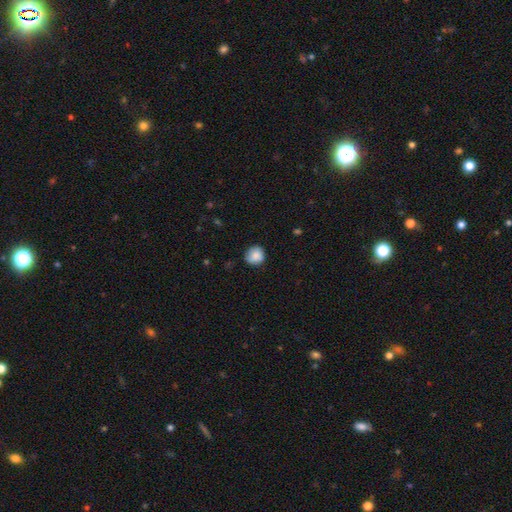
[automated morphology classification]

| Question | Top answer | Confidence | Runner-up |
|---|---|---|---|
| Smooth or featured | smooth | 82% | featured or disk (10%) |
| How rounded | round | 87% | in between (12%) |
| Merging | none | 76% | minor disturbance (19%) |